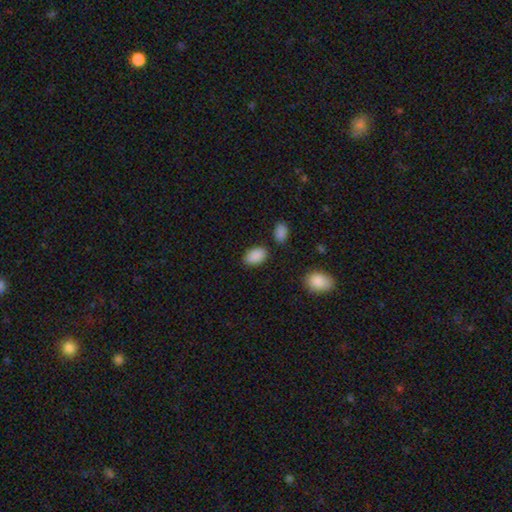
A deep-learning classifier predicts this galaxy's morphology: Smooth or featured? smooth (90%)
How rounded? in between (91%)
Merging? none (81%)